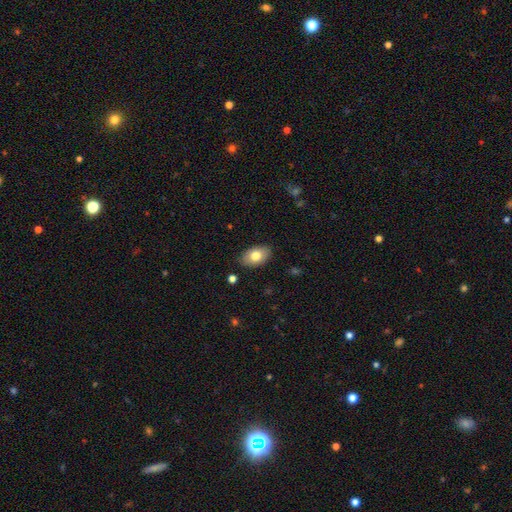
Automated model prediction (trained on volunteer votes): smooth-or-featured: smooth: 77% | featured or disk: 16% | star or artifact: 7%
  how-rounded: in between: 90% | round: 9% | cigar-shaped: 1%
  merging: none: 86% | minor disturbance: 11% | major disturbance: 2% | merger: 1%